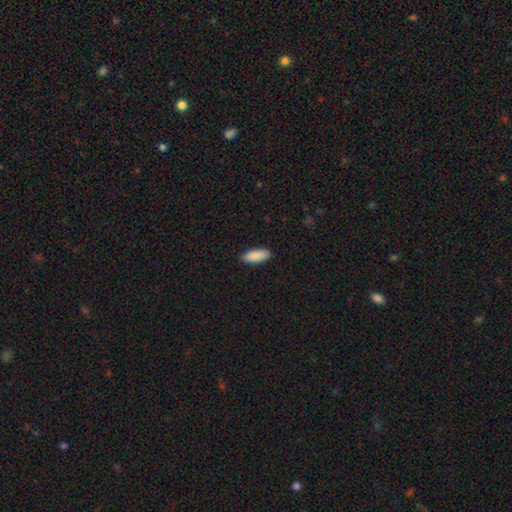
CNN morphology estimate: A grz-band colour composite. It shows a smooth galaxy with no disk features (91%) that is in between round and cigar-shaped (78%). Merging: none (90%).